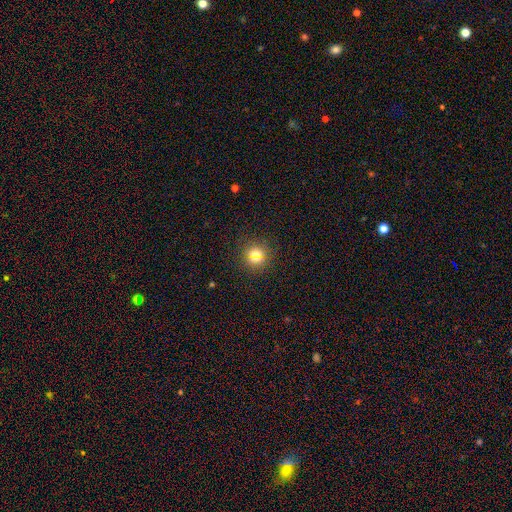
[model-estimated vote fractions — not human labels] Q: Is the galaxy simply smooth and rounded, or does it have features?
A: smooth — 69%.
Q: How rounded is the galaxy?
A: round — 93%.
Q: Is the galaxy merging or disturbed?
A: none — 85%.